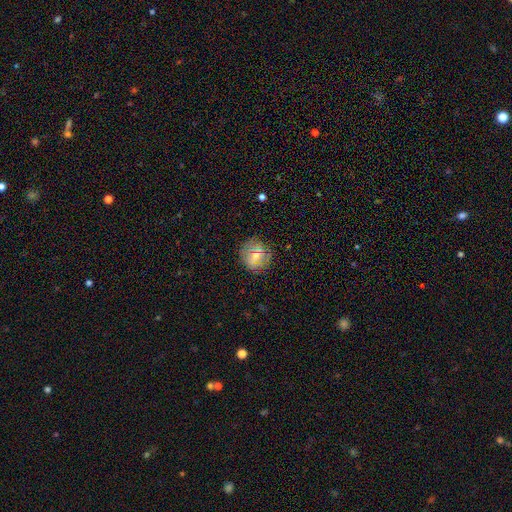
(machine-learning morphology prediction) Smooth or featured? smooth (61%)
How rounded? round (86%)
Merging? none (84%)